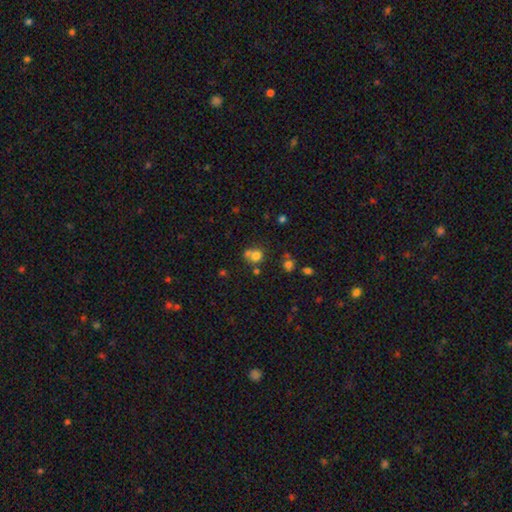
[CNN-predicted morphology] The model was most divided on "merging": none: 49%, merger: 36%, minor disturbance: 10%, major disturbance: 5%. More confident: how rounded — round (82%); smooth or featured — smooth (73%).